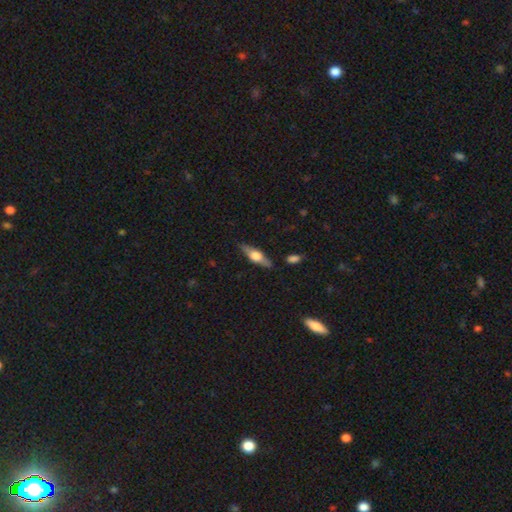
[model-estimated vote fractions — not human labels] A featured or disk galaxy (55%) viewed edge-on (91%) with a rounded central bulge (92%).

Vote fractions:
- Smooth or featured? featured or disk: 55% / smooth: 39% / star or artifact: 6%
- Edge-on disk? yes: 91% / no: 9%
- Edge-on bulge? rounded: 92% / boxy: 6% / none: 2%
- Merging? none: 84% / minor disturbance: 11% / major disturbance: 3% / merger: 2%